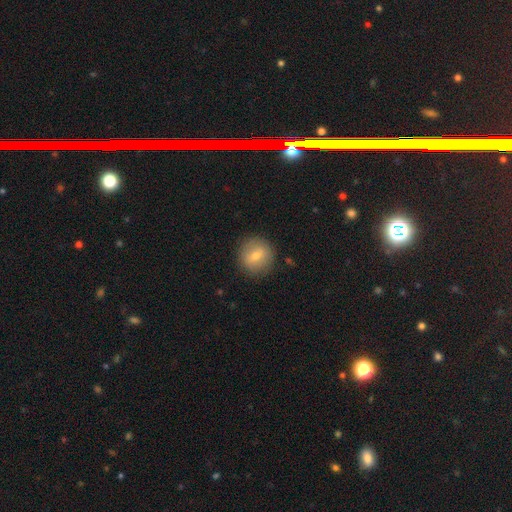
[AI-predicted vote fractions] A smooth galaxy with no disk features (68%) that is round (89%). Merging: none (88%).